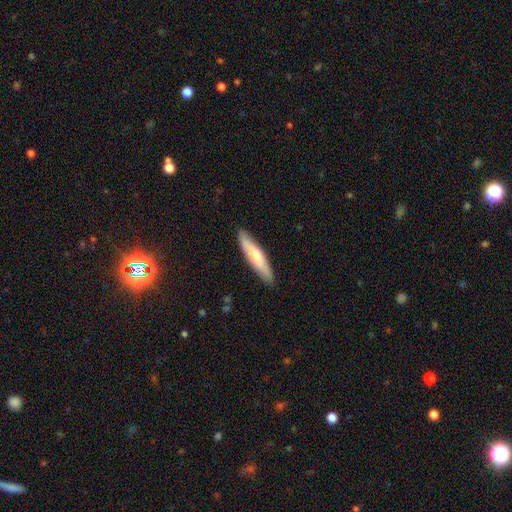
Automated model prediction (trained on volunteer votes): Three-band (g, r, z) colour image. It shows a smooth galaxy with no disk features (63%) that is cigar-shaped (83%). Merging: none (88%).